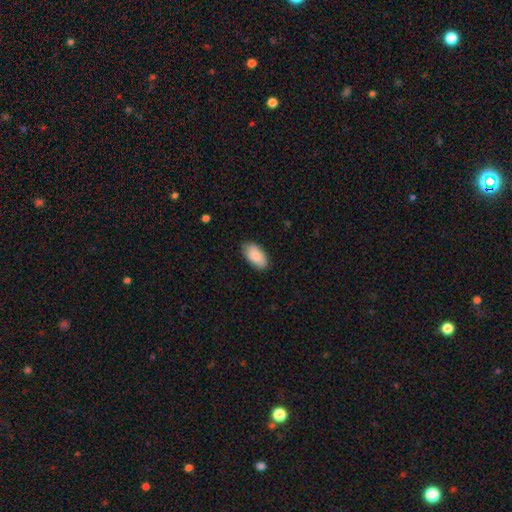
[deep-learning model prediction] Morphology: type=smooth (88%); roundness=in between (95%); merging=none (86%).